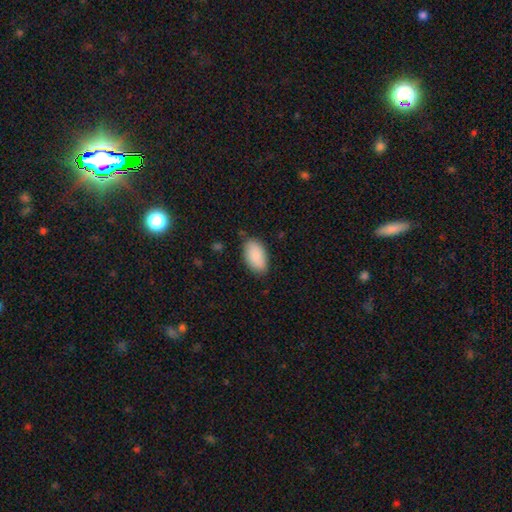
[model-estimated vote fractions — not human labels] Smooth or featured: smooth — 89% (star or artifact — 6%)
How rounded: in between — 95% (round — 3%)
Merging: none — 80% (minor disturbance — 16%)